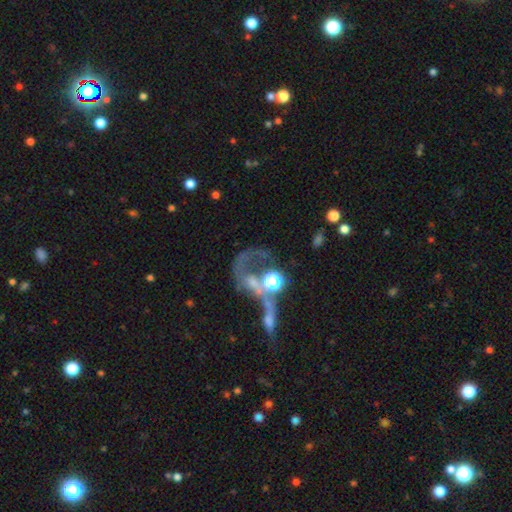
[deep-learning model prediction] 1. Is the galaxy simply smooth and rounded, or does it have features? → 58% featured or disk, 23% smooth, 19% star or artifact.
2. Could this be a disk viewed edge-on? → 92% no, 8% yes.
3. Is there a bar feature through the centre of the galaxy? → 75% no, 17% weak, 8% strong.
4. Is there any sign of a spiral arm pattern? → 52% yes, 48% no.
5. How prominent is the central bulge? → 44% moderate, 20% small, 15% large, 14% none, 6% dominant.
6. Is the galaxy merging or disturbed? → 47% merger, 25% major disturbance, 18% none, 9% minor disturbance.